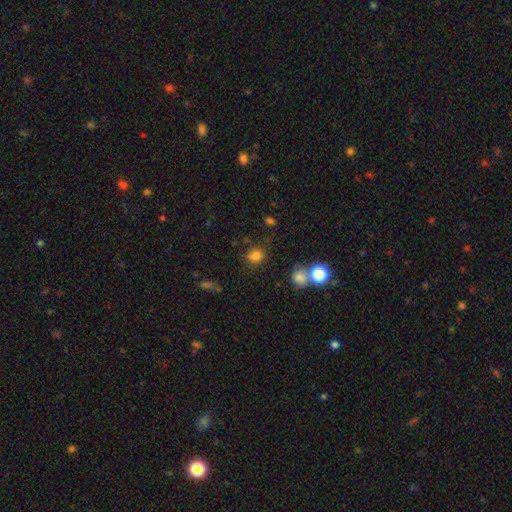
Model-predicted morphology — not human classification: Overall: smooth (79%). How rounded: round (71%). Merging: none (80%).